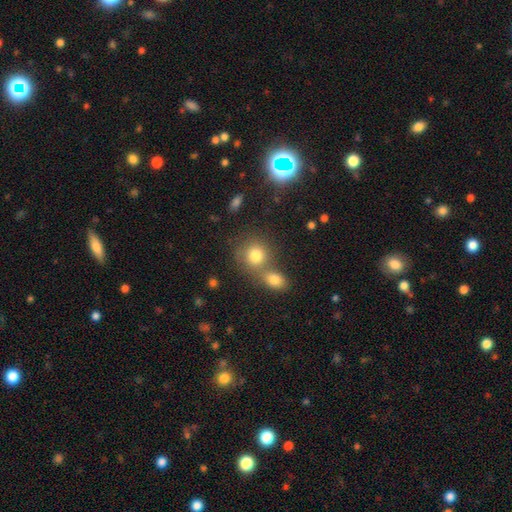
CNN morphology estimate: A smooth galaxy with no disk features (78%) that is round (78%).

Vote fractions:
- Smooth or featured? smooth: 78% / star or artifact: 12% / featured or disk: 10%
- How rounded? round: 78% / in between: 20% / cigar-shaped: 1%
- Merging? none: 45% / merger: 42% / minor disturbance: 9% / major disturbance: 4%